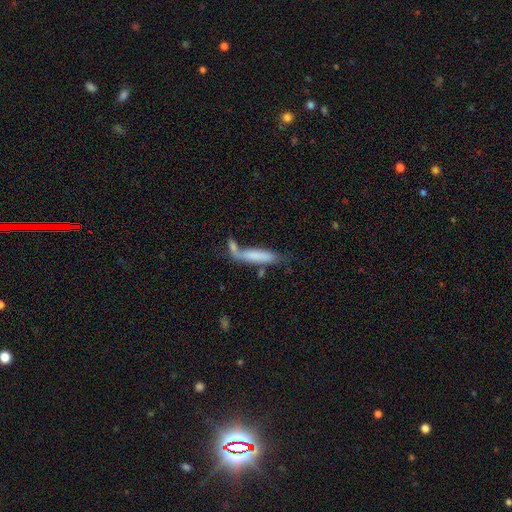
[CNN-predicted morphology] Q: Smooth or featured?
A: smooth (68%); runner-up: featured or disk (25%)
Q: How rounded?
A: cigar-shaped (79%); runner-up: in between (19%)
Q: Merging?
A: none (35%); tied with: merger (35%)